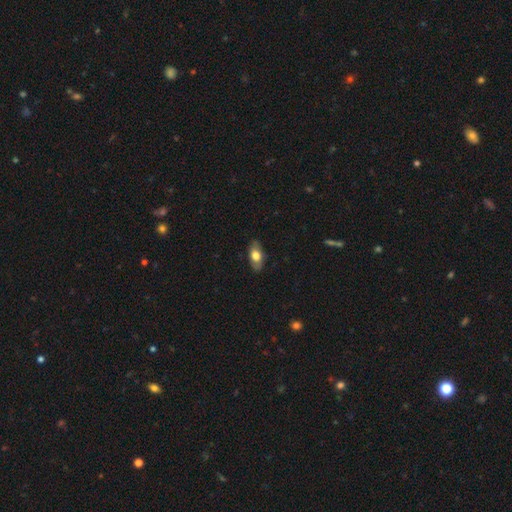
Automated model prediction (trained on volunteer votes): Smooth or featured?
  - smooth: 69% *
  - featured or disk: 25%
  - star or artifact: 6%
How rounded?
  - in between: 87% *
  - cigar-shaped: 8%
  - round: 4%
Merging?
  - none: 86% *
  - minor disturbance: 11%
  - major disturbance: 2%
  - merger: 1%